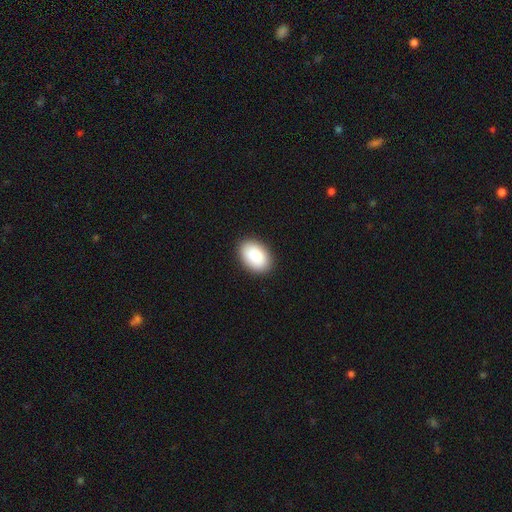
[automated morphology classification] Smooth or featured? smooth (88%)
How rounded? in between (87%)
Merging? none (89%)